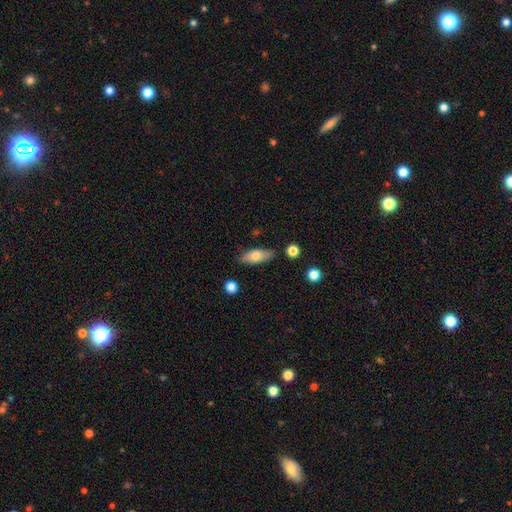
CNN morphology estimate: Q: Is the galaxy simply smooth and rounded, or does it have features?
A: smooth — 71%.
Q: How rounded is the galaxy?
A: in between — 72%.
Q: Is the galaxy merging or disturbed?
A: none — 82%.